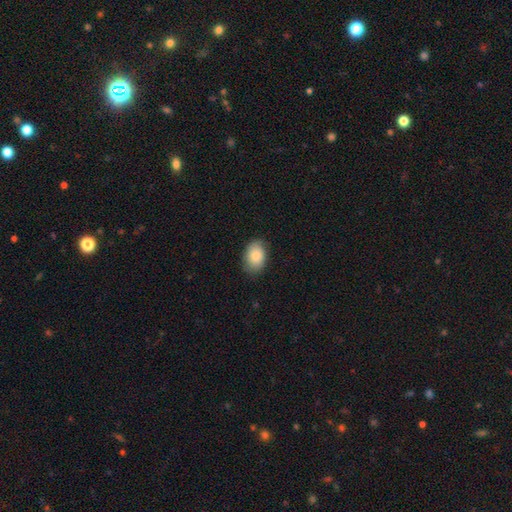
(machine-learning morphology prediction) Smooth or featured? Predicted: smooth (p=0.84). How rounded? Predicted: in between (p=0.84). Merging? Predicted: none (p=0.79).